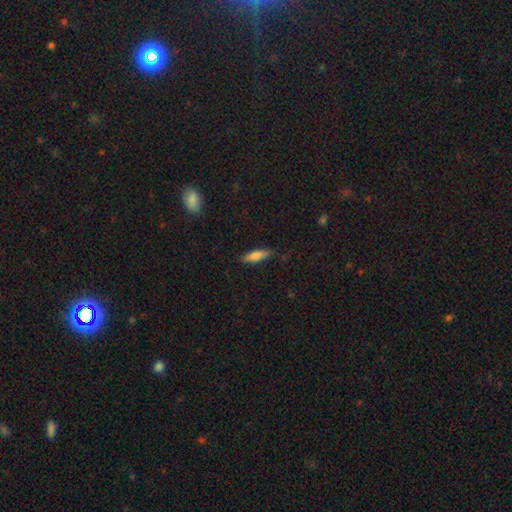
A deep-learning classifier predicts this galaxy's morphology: Smooth or featured?
  - smooth: 78% *
  - featured or disk: 15%
  - star or artifact: 7%
How rounded?
  - cigar-shaped: 62% *
  - in between: 36%
  - round: 2%
Merging?
  - none: 78% *
  - minor disturbance: 17%
  - major disturbance: 3%
  - merger: 2%